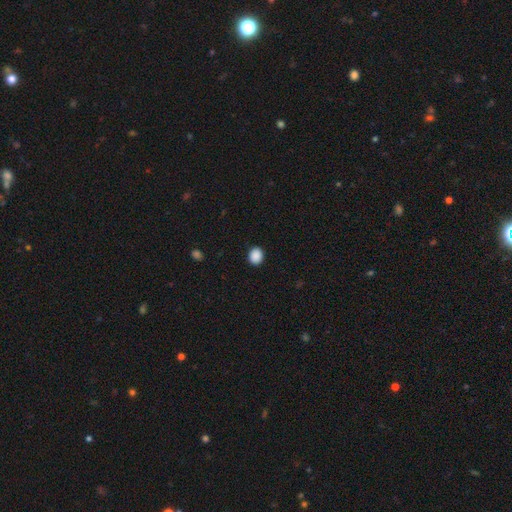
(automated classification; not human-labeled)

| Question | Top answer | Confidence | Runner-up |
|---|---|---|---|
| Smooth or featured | smooth | 90% | star or artifact (8%) |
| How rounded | round | 56% | in between (43%) |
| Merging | none | 91% | minor disturbance (6%) |